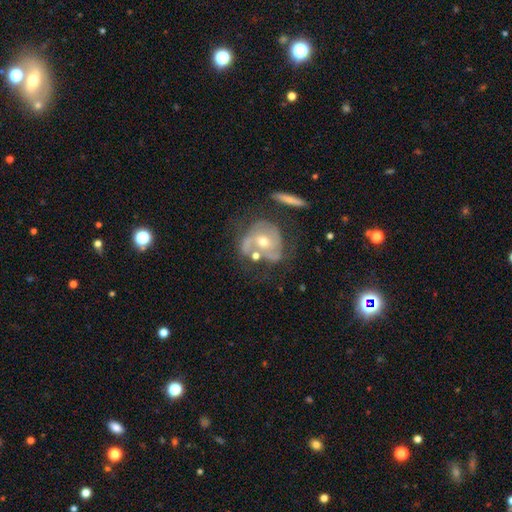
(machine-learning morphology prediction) A featured or disk galaxy (77%) with no bar (66%), 2 (47%) tight (43%) spiral arms (83%) and a moderate central bulge (63%).

Vote fractions:
- Smooth or featured? featured or disk: 77% / smooth: 14% / star or artifact: 8%
- Edge-on disk? no: 96% / yes: 4%
- Bar? no: 66% / weak: 25% / strong: 9%
- Spiral arms? yes: 83% / no: 17%
- Spiral winding? tight: 43% / medium: 39% / loose: 18%
- Spiral arm count? 2: 47% / can't tell: 26% / 3: 12% / 1: 9% / 4: 3% / more than 4: 3%
- Bulge size? moderate: 63% / small: 32% / large: 3% / none: 1% / dominant: 1%
- Merging? none: 43% / minor disturbance: 21% / major disturbance: 20% / merger: 17%